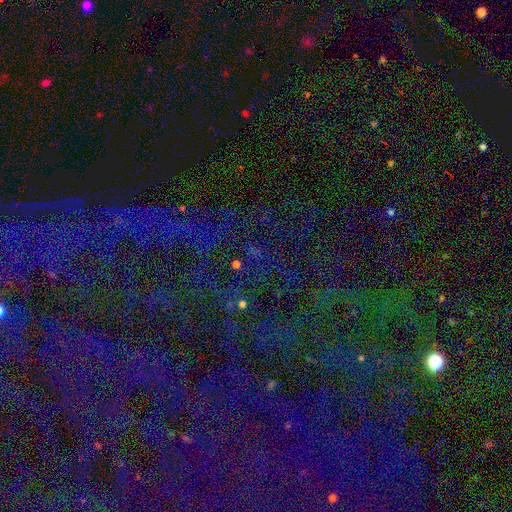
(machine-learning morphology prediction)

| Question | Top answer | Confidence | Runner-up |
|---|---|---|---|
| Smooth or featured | star or artifact | 84% | featured or disk (8%) |